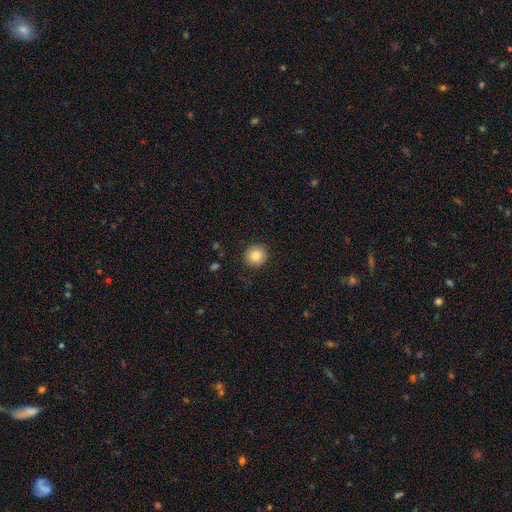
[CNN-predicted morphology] This appears to be a smooth galaxy with no disk features (84%) that is round (93%). Merging: none (90%).